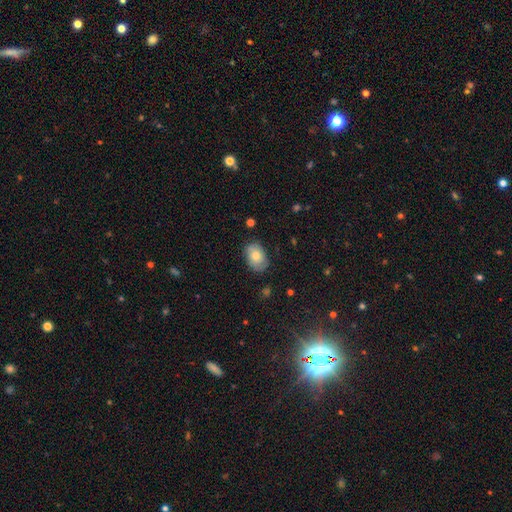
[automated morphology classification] smooth-or-featured: smooth: 69% | featured or disk: 23% | star or artifact: 8%
  how-rounded: in between: 81% | round: 18% | cigar-shaped: 1%
  merging: none: 77% | minor disturbance: 18% | major disturbance: 4% | merger: 1%